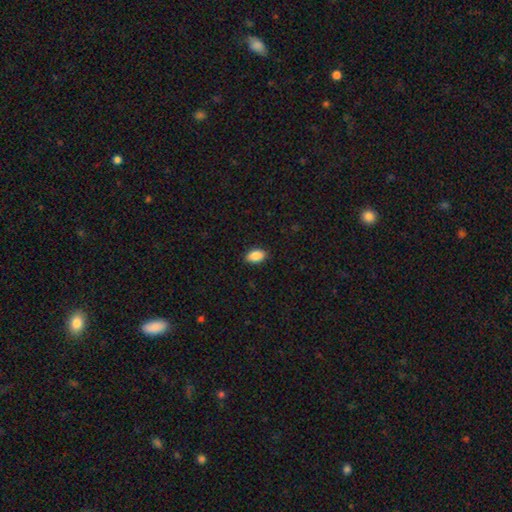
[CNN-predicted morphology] A smooth galaxy with no disk features (88%) that is in between round and cigar-shaped (91%). Merging: none (88%).